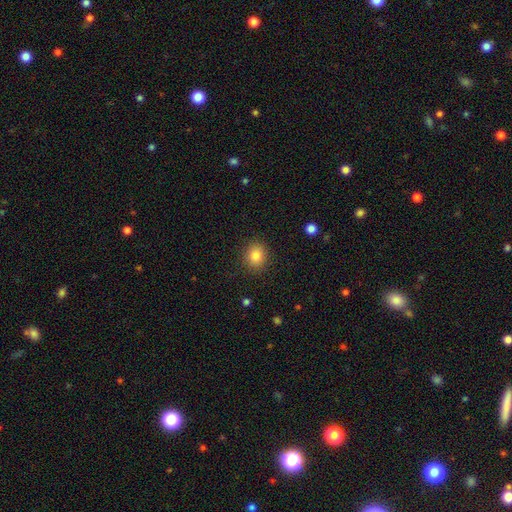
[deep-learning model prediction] smooth-or-featured: smooth: 83% | star or artifact: 10% | featured or disk: 6%
  how-rounded: round: 75% | in between: 24% | cigar-shaped: 1%
  merging: none: 89% | minor disturbance: 8% | major disturbance: 3% | merger: 1%